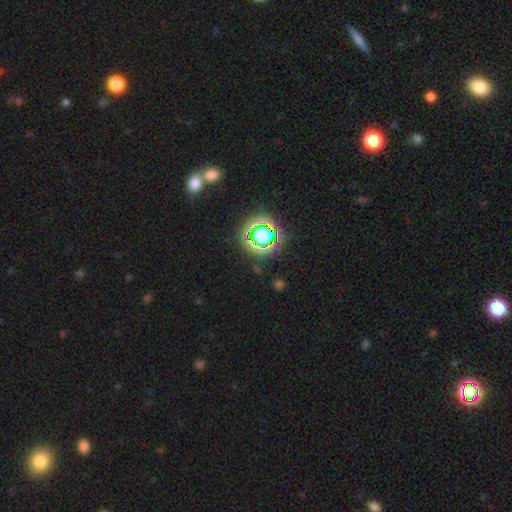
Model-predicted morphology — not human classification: smooth_or_featured: star or artifact (p=0.75) [alt: smooth p=0.17]